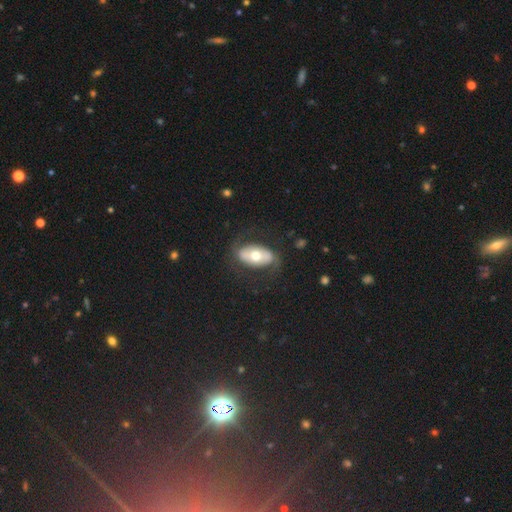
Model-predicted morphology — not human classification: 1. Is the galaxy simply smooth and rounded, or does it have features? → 50% featured or disk, 44% smooth, 6% star or artifact.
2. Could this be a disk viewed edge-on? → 90% no, 10% yes.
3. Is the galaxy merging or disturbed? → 72% none, 15% minor disturbance, 12% major disturbance, 1% merger.